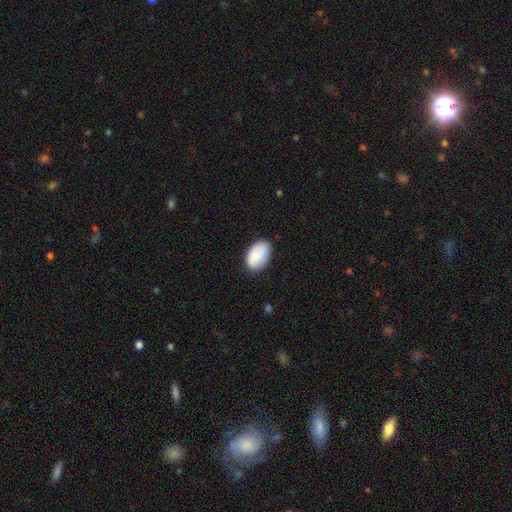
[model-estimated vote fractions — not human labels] smooth-or-featured: smooth: 76% | featured or disk: 18% | star or artifact: 6%
  how-rounded: in between: 90% | round: 9% | cigar-shaped: 1%
  merging: none: 79% | minor disturbance: 16% | major disturbance: 3% | merger: 1%